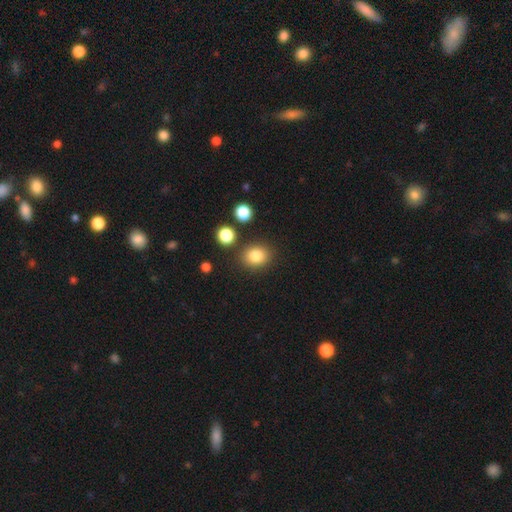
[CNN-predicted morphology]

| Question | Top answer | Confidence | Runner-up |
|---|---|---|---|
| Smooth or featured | smooth | 83% | star or artifact (10%) |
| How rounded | round | 60% | in between (39%) |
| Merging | none | 83% | minor disturbance (9%) |